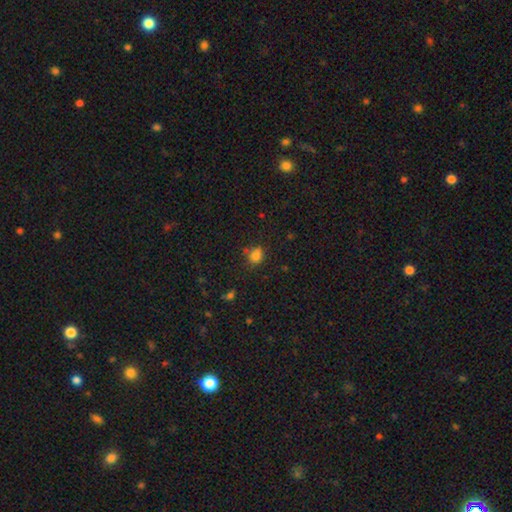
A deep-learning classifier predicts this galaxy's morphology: Smooth or featured? Predicted: smooth (p=0.79). How rounded? Predicted: round (p=0.55). Merging? Predicted: none (p=0.64).